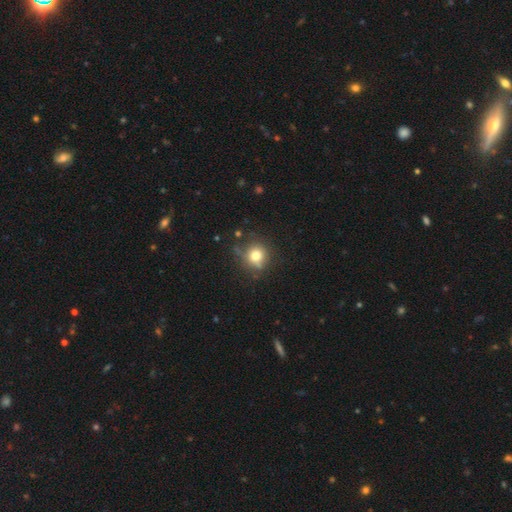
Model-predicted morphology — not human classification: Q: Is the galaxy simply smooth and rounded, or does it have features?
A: smooth — 76%.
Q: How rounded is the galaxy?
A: round — 88%.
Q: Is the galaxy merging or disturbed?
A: none — 72%.